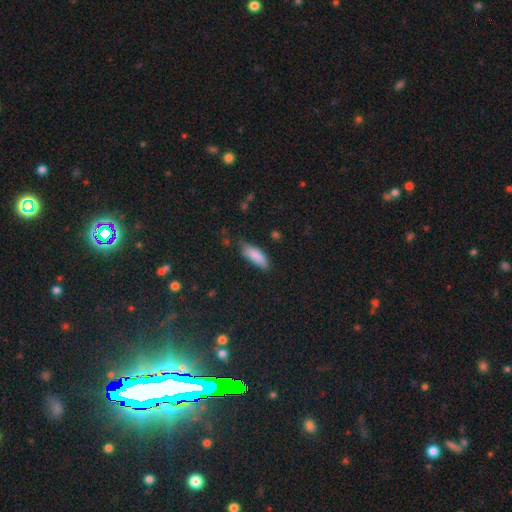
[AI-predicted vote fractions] Q: Smooth or featured?
A: smooth (85%); runner-up: featured or disk (9%)
Q: How rounded?
A: in between (60%); runner-up: cigar-shaped (39%)
Q: Merging?
A: none (66%); runner-up: minor disturbance (26%)